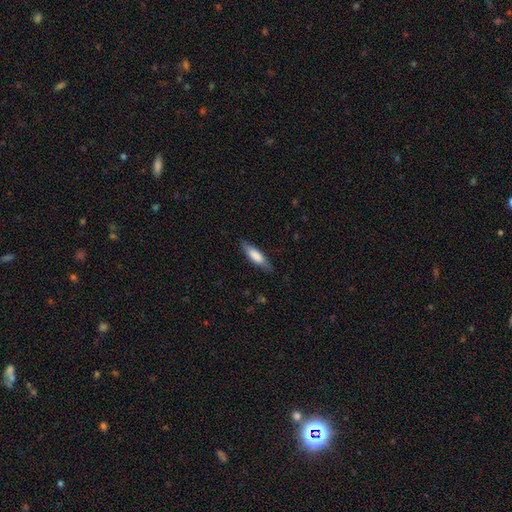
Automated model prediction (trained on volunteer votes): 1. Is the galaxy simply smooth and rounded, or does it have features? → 72% smooth, 22% featured or disk, 6% star or artifact.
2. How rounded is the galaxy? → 56% cigar-shaped, 42% in between, 2% round.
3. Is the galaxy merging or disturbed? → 80% none, 15% minor disturbance, 3% major disturbance, 1% merger.